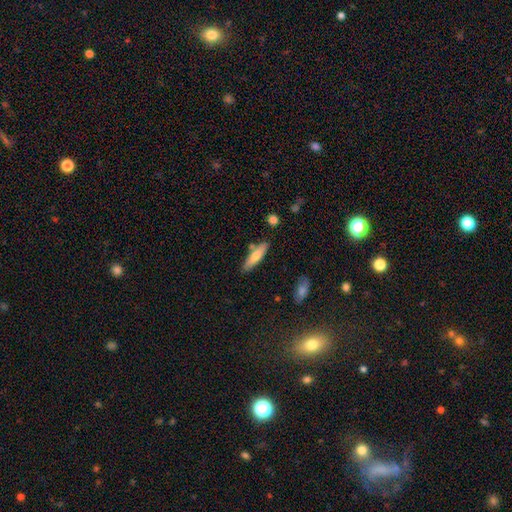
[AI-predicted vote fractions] smooth-or-featured: smooth: 68% | featured or disk: 25% | star or artifact: 6%
  how-rounded: cigar-shaped: 72% | in between: 26% | round: 2%
  merging: none: 80% | minor disturbance: 12% | merger: 6% | major disturbance: 2%